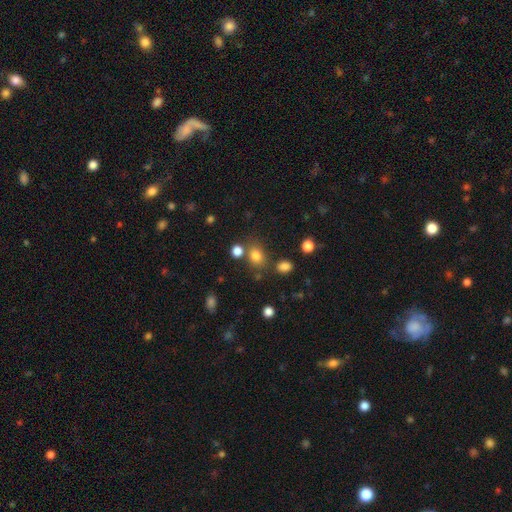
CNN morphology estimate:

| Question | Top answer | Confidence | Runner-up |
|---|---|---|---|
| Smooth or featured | smooth | 79% | star or artifact (14%) |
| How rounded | in between | 51% | round (48%) |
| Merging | none | 70% | merger (13%) |